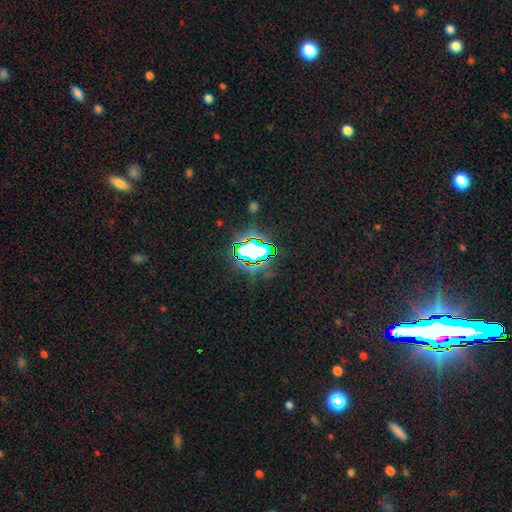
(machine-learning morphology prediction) type=star or artifact (66%).